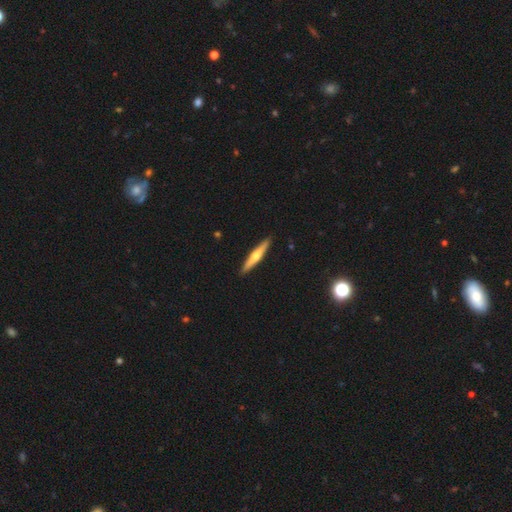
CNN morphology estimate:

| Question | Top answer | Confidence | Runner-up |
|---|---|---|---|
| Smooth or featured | featured or disk | 58% | smooth (37%) |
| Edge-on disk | yes | 96% | no (4%) |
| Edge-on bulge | rounded | 90% | none (7%) |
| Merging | none | 92% | minor disturbance (6%) |